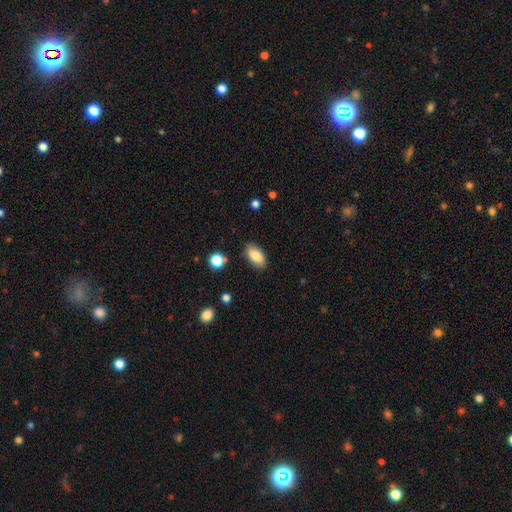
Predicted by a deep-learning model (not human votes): A smooth galaxy with no disk features (85%) that is in between round and cigar-shaped (91%).

Vote fractions:
- Smooth or featured? smooth: 85% / featured or disk: 8% / star or artifact: 8%
- How rounded? in between: 91% / cigar-shaped: 5% / round: 4%
- Merging? none: 84% / minor disturbance: 11% / major disturbance: 3% / merger: 2%